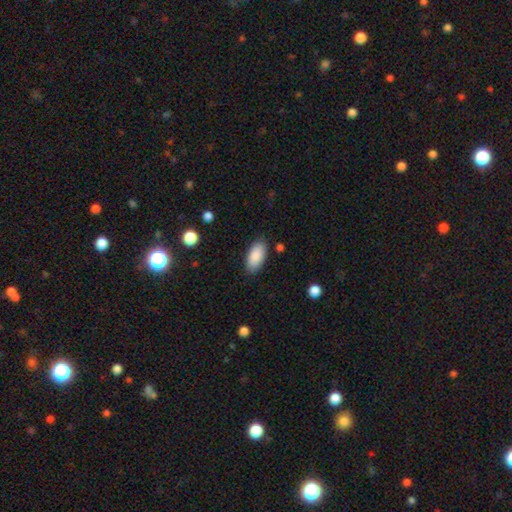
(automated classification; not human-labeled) Smooth or featured?
  - smooth: 89% *
  - star or artifact: 6%
  - featured or disk: 5%
How rounded?
  - in between: 93% *
  - cigar-shaped: 5%
  - round: 2%
Merging?
  - none: 86% *
  - minor disturbance: 10%
  - major disturbance: 3%
  - merger: 1%